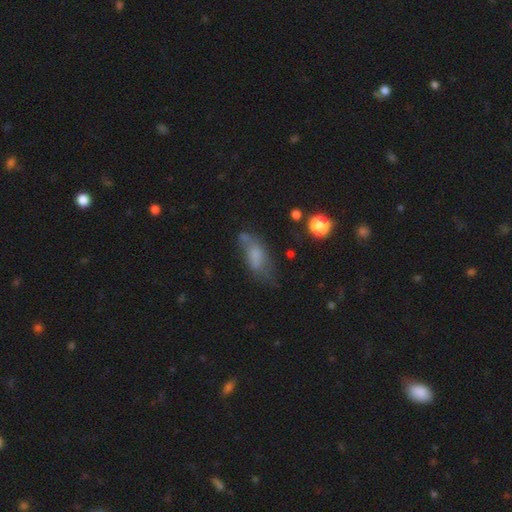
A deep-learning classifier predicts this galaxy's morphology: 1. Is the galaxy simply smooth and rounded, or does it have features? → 64% smooth, 24% featured or disk, 12% star or artifact.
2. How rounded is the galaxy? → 78% in between, 17% cigar-shaped, 5% round.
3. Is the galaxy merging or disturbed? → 41% none, 28% minor disturbance, 21% major disturbance, 11% merger.